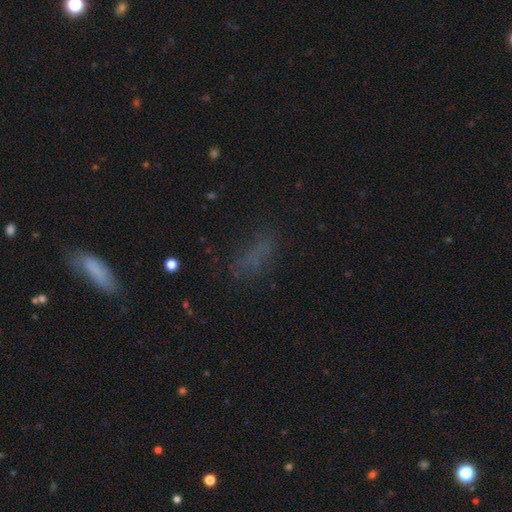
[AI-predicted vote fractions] Q: Smooth or featured?
A: smooth (57%); runner-up: star or artifact (27%)
Q: How rounded?
A: in between (70%); runner-up: cigar-shaped (22%)
Q: Merging?
A: none (60%); runner-up: minor disturbance (20%)